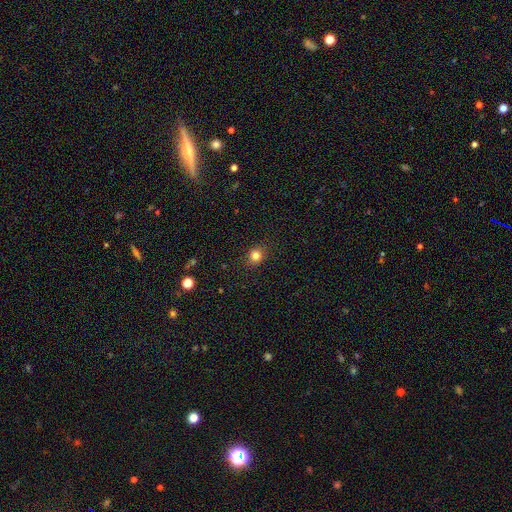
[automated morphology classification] This is clearly a smooth galaxy (82%). How rounded: likely round (76%). Merging: clearly none (88%).